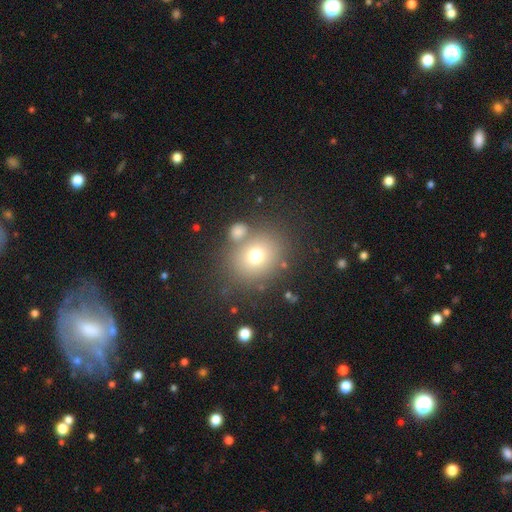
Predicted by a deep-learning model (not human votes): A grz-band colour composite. It shows a smooth galaxy with no disk features (71%) that is round (66%). Merging: none (70%).